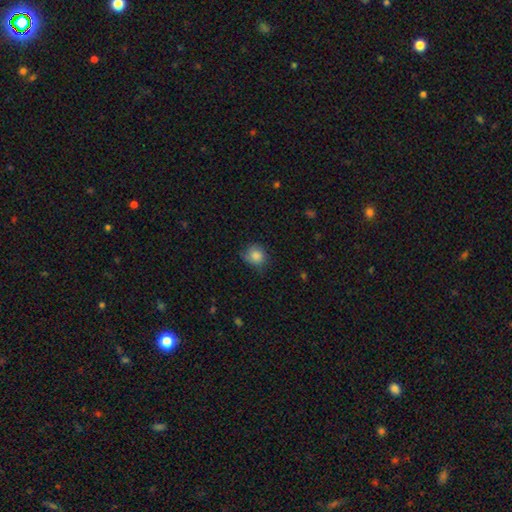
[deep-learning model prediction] Smooth or featured? smooth (83%)
How rounded? round (83%)
Merging? none (67%)